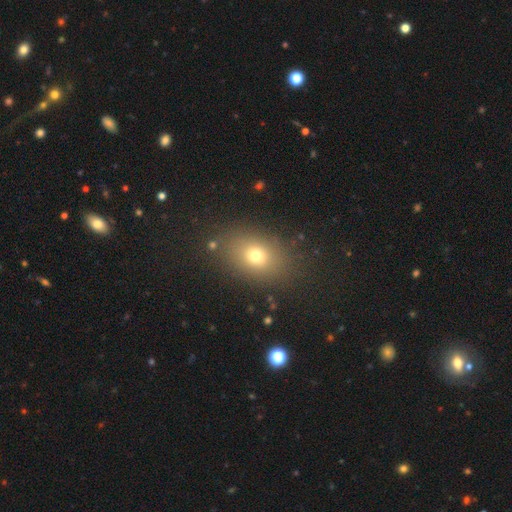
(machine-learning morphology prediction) Q: Smooth or featured?
A: smooth (71%); runner-up: star or artifact (17%)
Q: How rounded?
A: in between (65%); runner-up: round (34%)
Q: Merging?
A: none (84%); runner-up: minor disturbance (9%)